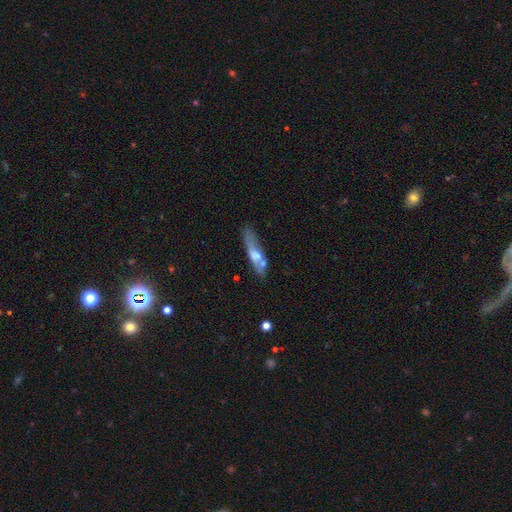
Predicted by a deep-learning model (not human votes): Smooth or featured: smooth — 53% (featured or disk — 39%)
How rounded: cigar-shaped — 67% (in between — 30%)
Merging: none — 52% (minor disturbance — 22%)